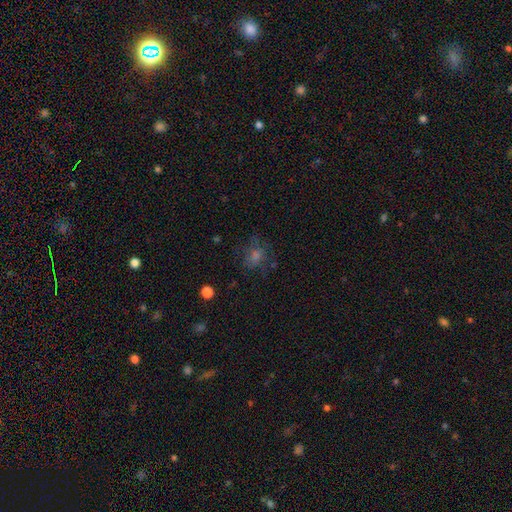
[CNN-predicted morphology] A smooth galaxy with no disk features (44%). Merging: none (68%).